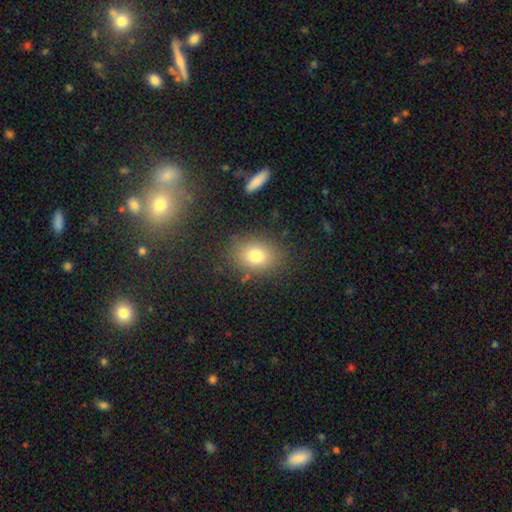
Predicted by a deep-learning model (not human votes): Smooth or featured: smooth — 78% (star or artifact — 12%)
How rounded: in between — 63% (round — 36%)
Merging: none — 83% (minor disturbance — 11%)